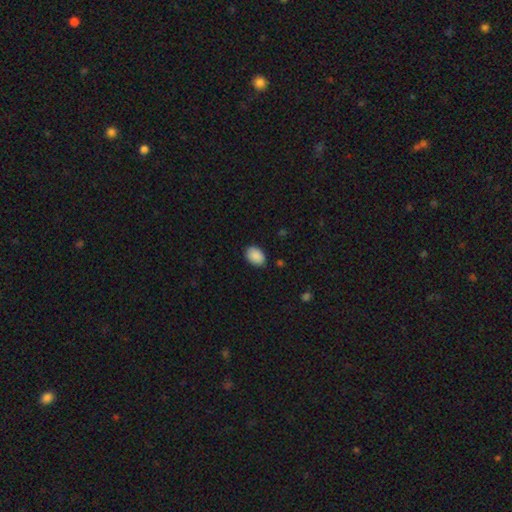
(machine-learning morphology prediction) Overall: smooth (90%). How rounded: in between (82%). Merging: none (84%).